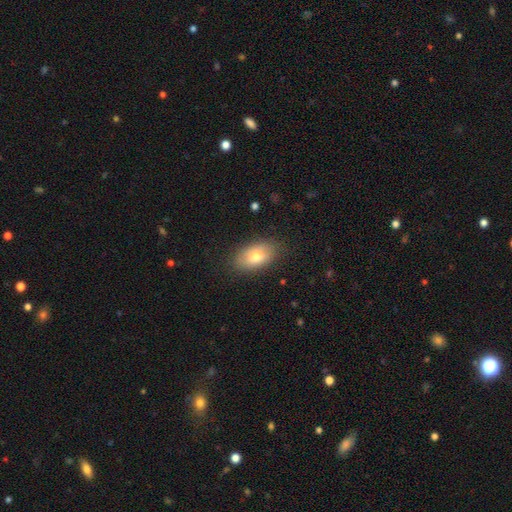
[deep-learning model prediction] Smooth or featured: smooth — 74% (featured or disk — 19%)
How rounded: in between — 91% (round — 6%)
Merging: none — 84% (minor disturbance — 12%)